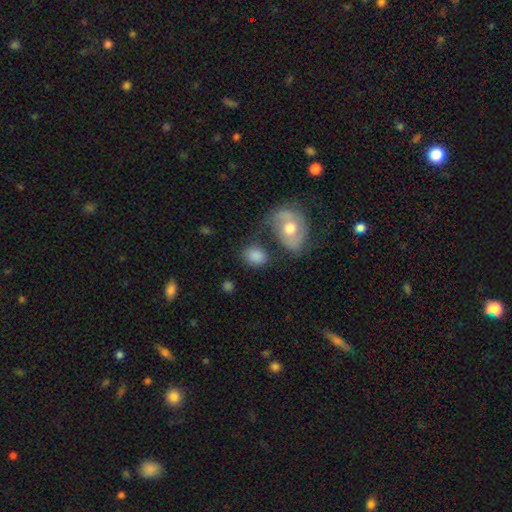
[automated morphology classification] smooth 79%, featured or disk 13%, star or artifact 8%. Down the decision tree: how rounded — in between (56%); merging — none (58%).